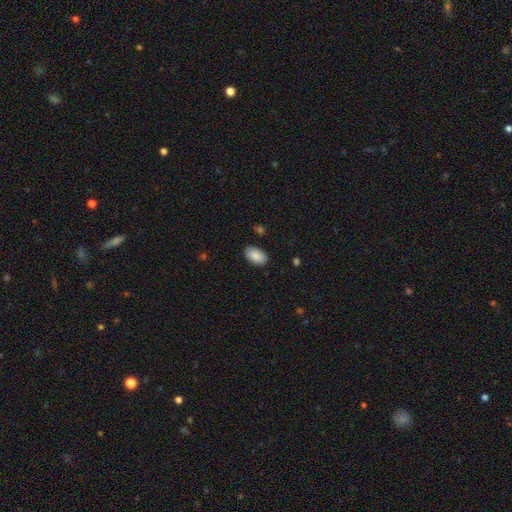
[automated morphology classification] Smooth or featured: smooth — 89% (star or artifact — 6%)
How rounded: in between — 95% (round — 4%)
Merging: none — 86% (minor disturbance — 10%)